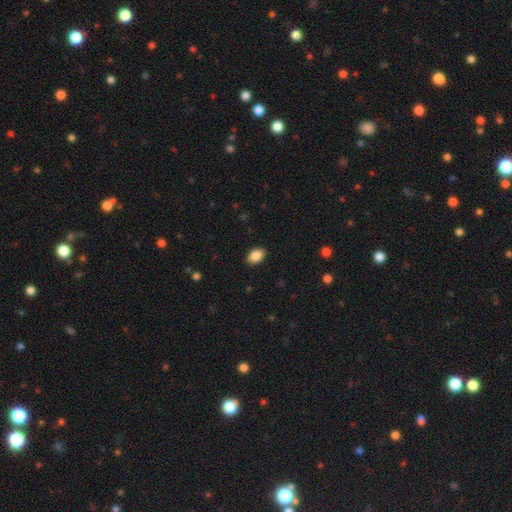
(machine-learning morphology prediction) Smooth or featured? smooth (88%)
How rounded? in between (87%)
Merging? none (89%)